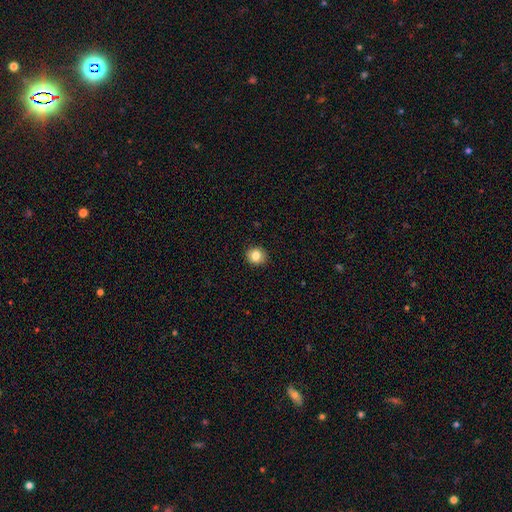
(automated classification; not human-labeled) This appears to be a smooth galaxy with no disk features (83%) that is round (86%). Merging: none (92%).